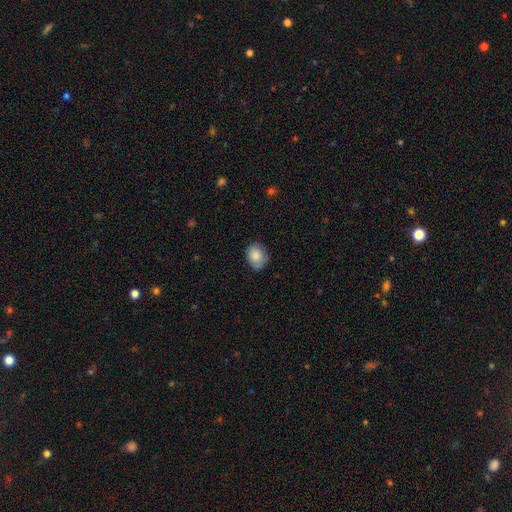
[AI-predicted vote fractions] smooth_or_featured: smooth (p=0.85) [alt: featured or disk p=0.08]
how_rounded: in between (p=0.58) [alt: round p=0.41]
merging: none (p=0.76) [alt: minor disturbance p=0.20]